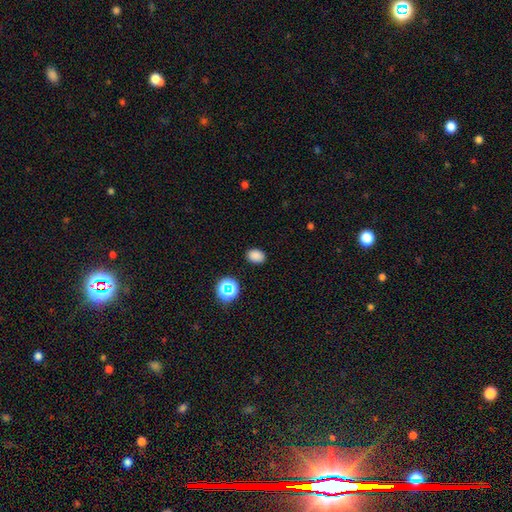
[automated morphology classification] Smooth or featured: smooth — 82% (star or artifact — 14%)
How rounded: in between — 73% (round — 26%)
Merging: none — 87% (minor disturbance — 9%)